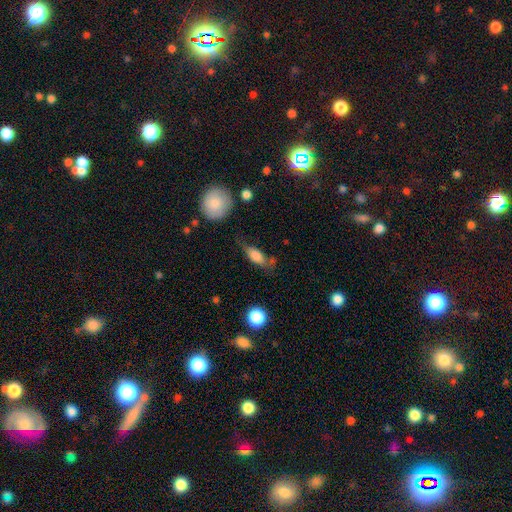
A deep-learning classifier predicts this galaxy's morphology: Smooth or featured? Predicted: smooth (p=0.76). How rounded? Predicted: in between (p=0.75). Merging? Predicted: none (p=0.53).